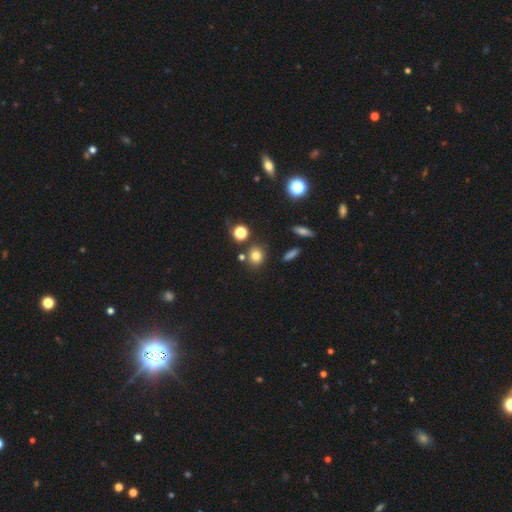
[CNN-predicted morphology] Q: Smooth or featured?
A: smooth (76%); runner-up: star or artifact (15%)
Q: How rounded?
A: round (78%); runner-up: in between (21%)
Q: Merging?
A: none (77%); runner-up: minor disturbance (10%)